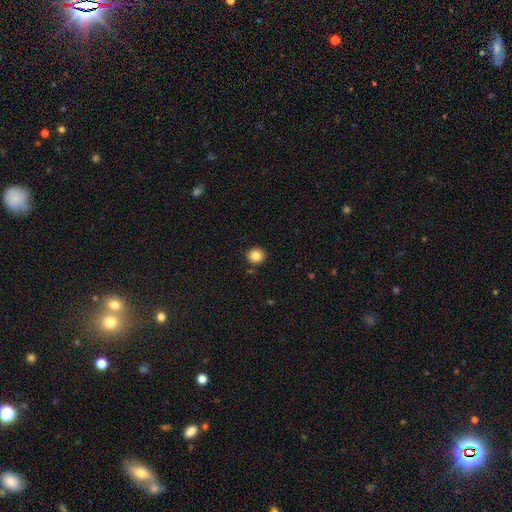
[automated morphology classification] smooth_or_featured: smooth (p=0.85) [alt: star or artifact p=0.10]
how_rounded: round (p=0.90) [alt: in between p=0.09]
merging: none (p=0.89) [alt: minor disturbance p=0.07]